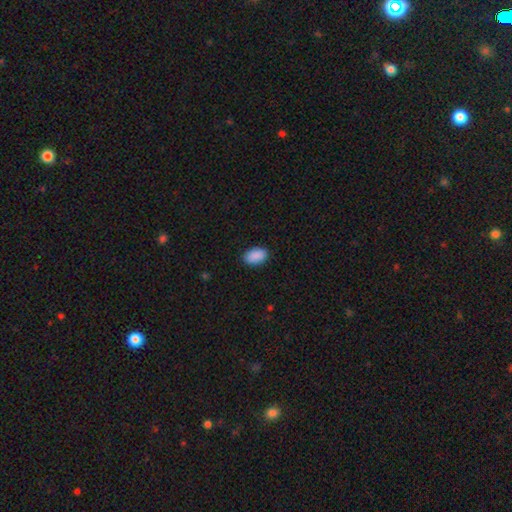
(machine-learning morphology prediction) smooth 91%, star or artifact 7%, featured or disk 3%. Down the decision tree: how rounded — in between (93%); merging — none (89%).